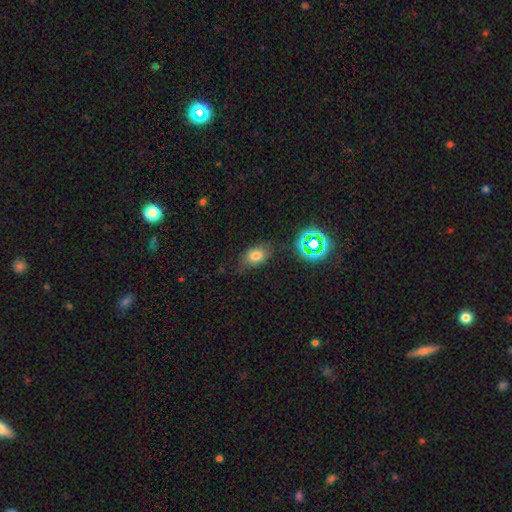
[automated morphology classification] Q: Smooth or featured?
A: smooth (72%); runner-up: star or artifact (16%)
Q: How rounded?
A: in between (79%); runner-up: round (19%)
Q: Merging?
A: none (69%); runner-up: minor disturbance (21%)